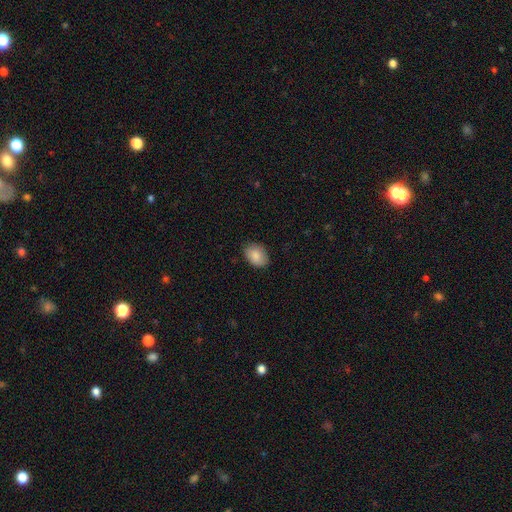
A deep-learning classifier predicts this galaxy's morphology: Overall: smooth (87%). How rounded: in between (78%). Merging: none (83%).